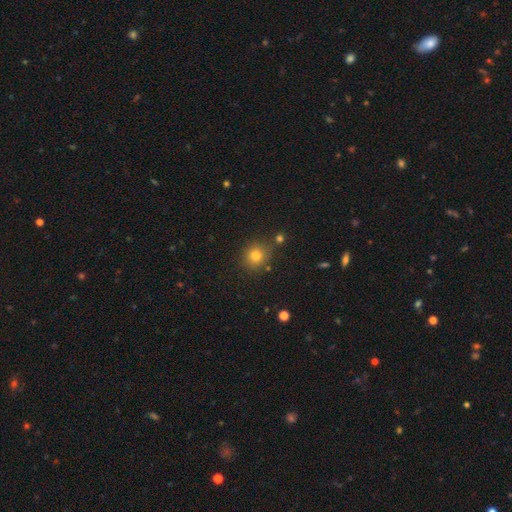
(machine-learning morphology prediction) This appears to be a smooth galaxy with no disk features (79%) that is round (83%). Merging: none (77%).